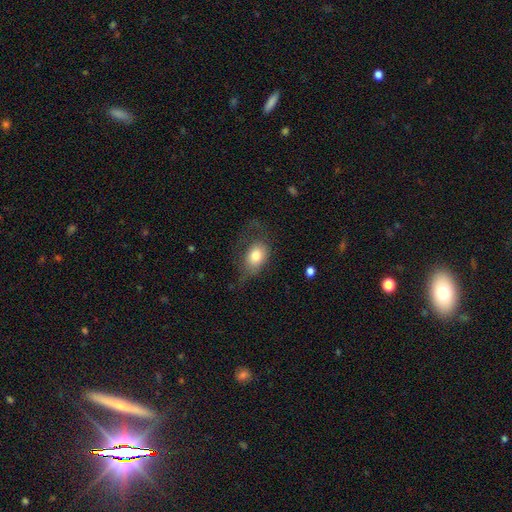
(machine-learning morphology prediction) Q: Smooth or featured?
A: smooth (74%); runner-up: featured or disk (18%)
Q: How rounded?
A: in between (76%); runner-up: round (23%)
Q: Merging?
A: none (39%); runner-up: major disturbance (33%)